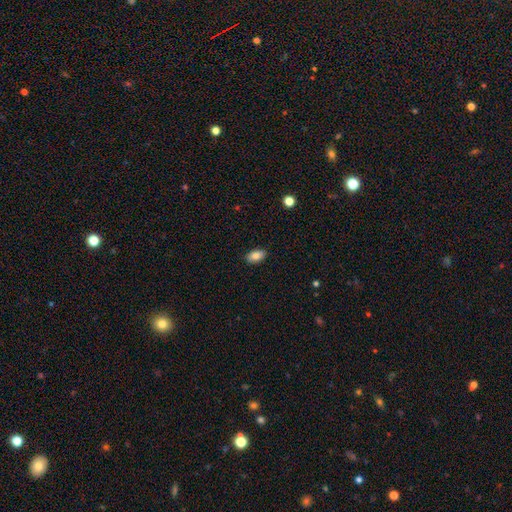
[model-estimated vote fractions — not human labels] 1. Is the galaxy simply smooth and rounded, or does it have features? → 84% smooth, 8% star or artifact, 8% featured or disk.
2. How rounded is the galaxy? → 92% in between, 5% round, 2% cigar-shaped.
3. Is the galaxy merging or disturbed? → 89% none, 9% minor disturbance, 2% major disturbance, 1% merger.